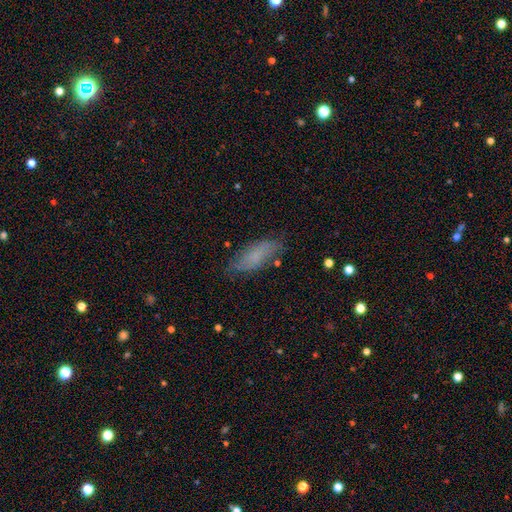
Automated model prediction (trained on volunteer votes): Smooth or featured? smooth (67%)
How rounded? in between (73%)
Merging? none (73%)